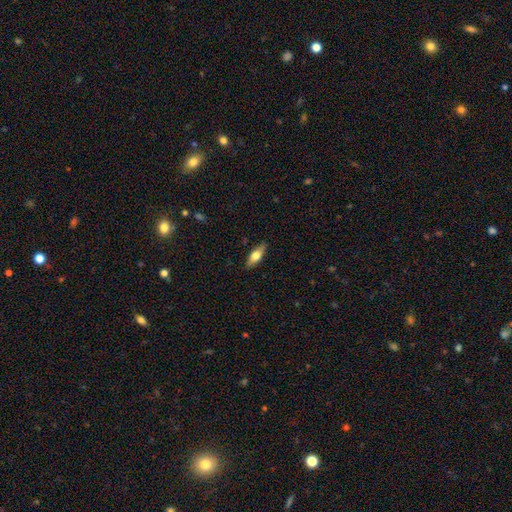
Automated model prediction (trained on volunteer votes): This is likely a smooth galaxy (66%). How rounded: likely in between (61%). Merging: clearly none (87%).